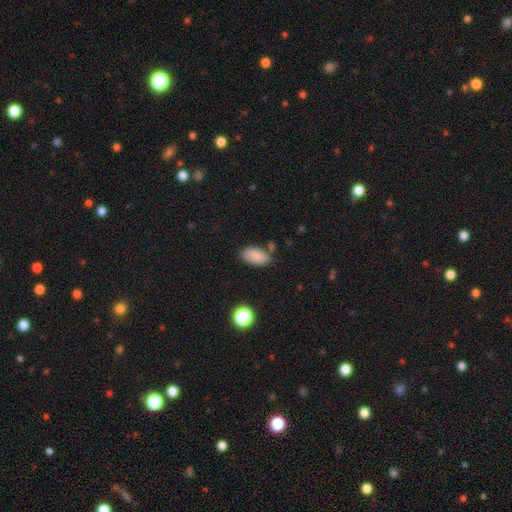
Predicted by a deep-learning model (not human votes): This appears to be a smooth galaxy with no disk features (86%) that is in between round and cigar-shaped (93%). Merging: none (73%).